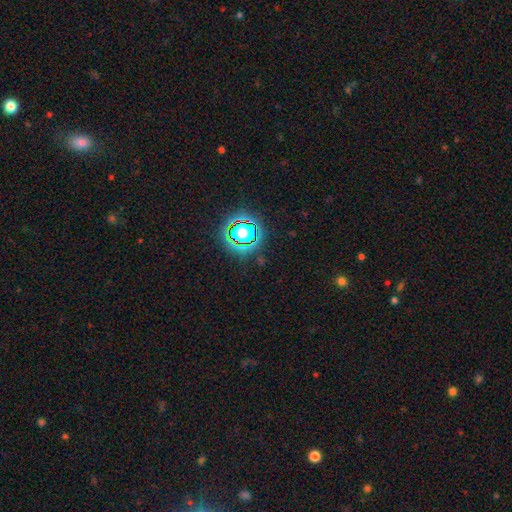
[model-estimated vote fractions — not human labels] Smooth or featured?
  - star or artifact: 79% *
  - smooth: 13%
  - featured or disk: 7%